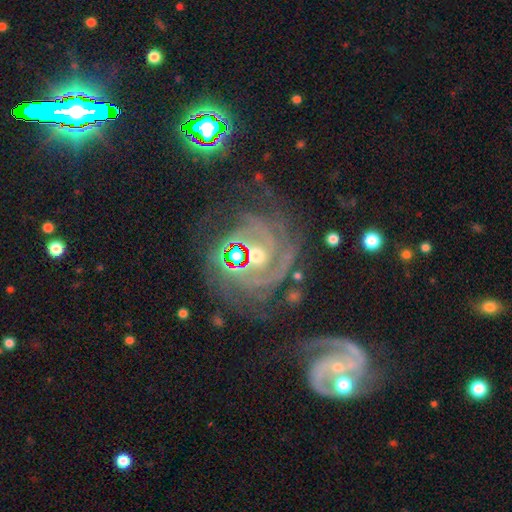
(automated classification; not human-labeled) Overall: featured or disk (77%). Edge-on disk: no (97%). Bar: no (64%). Spiral arms: yes (89%). Spiral arm count: 2 (34%; can't tell 25%). Spiral winding: tight (50%; medium 37%). Bulge size: moderate (56%; small 32%). Merging: none (56%; major disturbance 20%).